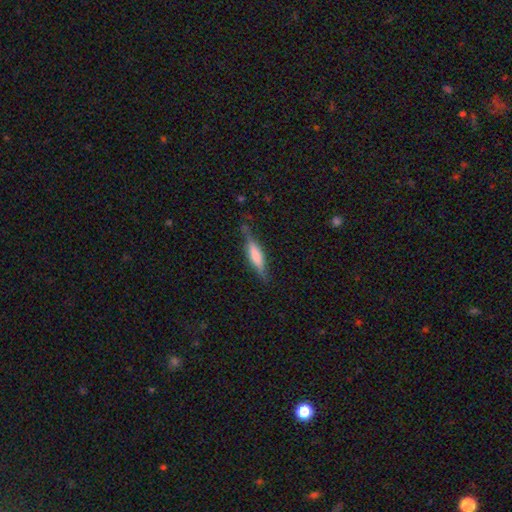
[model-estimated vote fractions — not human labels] smooth 50%, featured or disk 44%, star or artifact 6%. Down the decision tree: merging — none (74%).